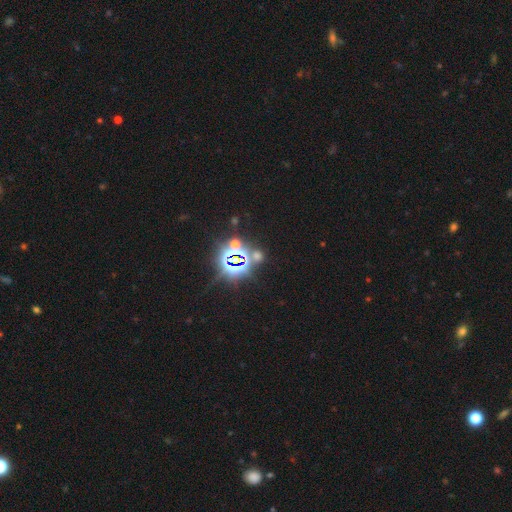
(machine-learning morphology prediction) A star or artifact, not a galaxy (73%).

Vote fractions:
- Smooth or featured? star or artifact: 73% / smooth: 20% / featured or disk: 8%